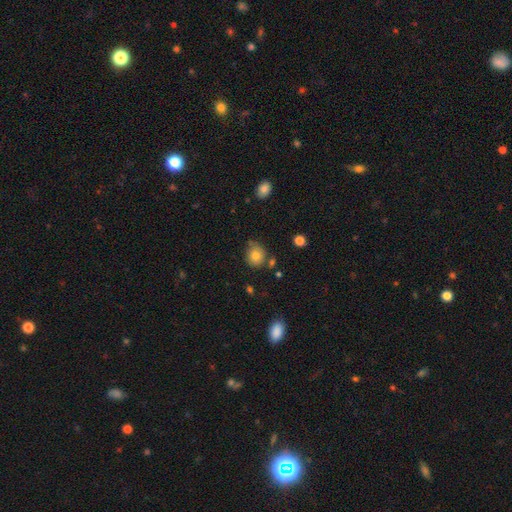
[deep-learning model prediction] This appears to be a smooth galaxy with no disk features (79%) that is round (77%). Merging: none (70%).